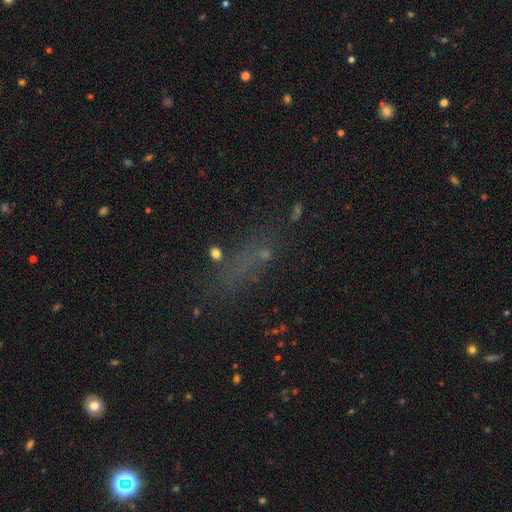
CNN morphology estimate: This is marginally a smooth galaxy (41%). Merging: possibly none (60%).